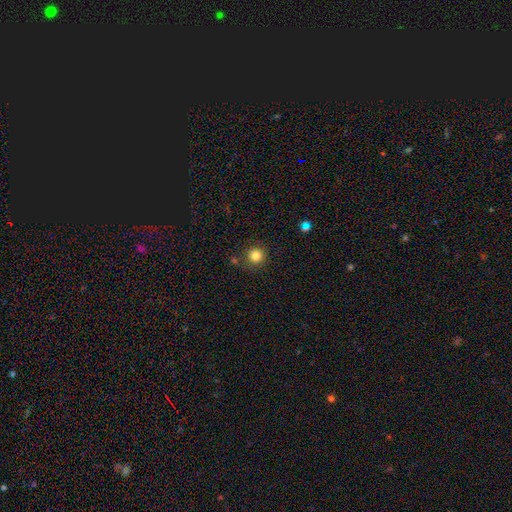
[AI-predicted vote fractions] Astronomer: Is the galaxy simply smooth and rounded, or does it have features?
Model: smooth — 83%.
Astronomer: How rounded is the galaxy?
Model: round — 94%.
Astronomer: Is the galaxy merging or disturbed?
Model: none — 83%.